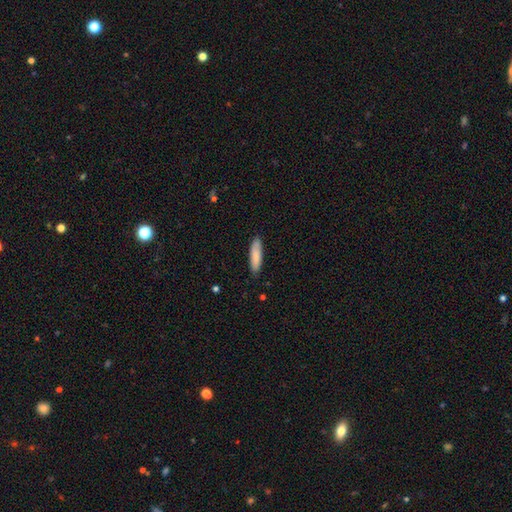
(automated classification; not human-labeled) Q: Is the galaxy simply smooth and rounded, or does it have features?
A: smooth — 86%.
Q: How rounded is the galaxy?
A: cigar-shaped — 67%.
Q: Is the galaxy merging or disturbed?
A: none — 86%.